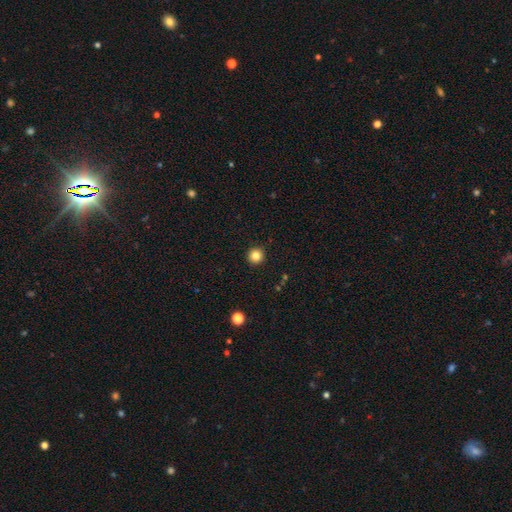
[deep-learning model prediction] This is clearly a smooth galaxy (83%). How rounded: clearly round (95%). Merging: clearly none (93%).